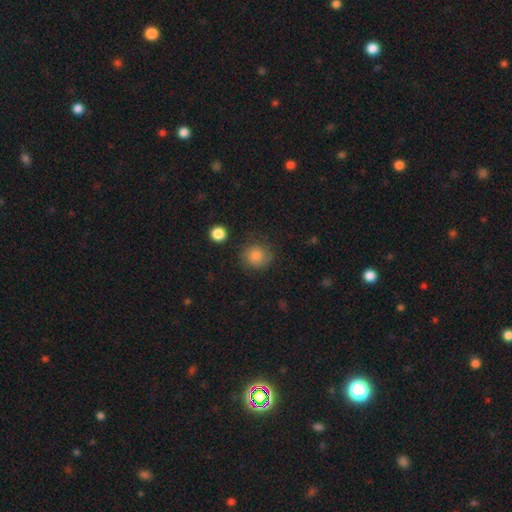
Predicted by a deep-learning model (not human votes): Q: Smooth or featured?
A: smooth (68%); runner-up: featured or disk (20%)
Q: How rounded?
A: round (87%); runner-up: in between (12%)
Q: Merging?
A: none (78%); runner-up: minor disturbance (15%)